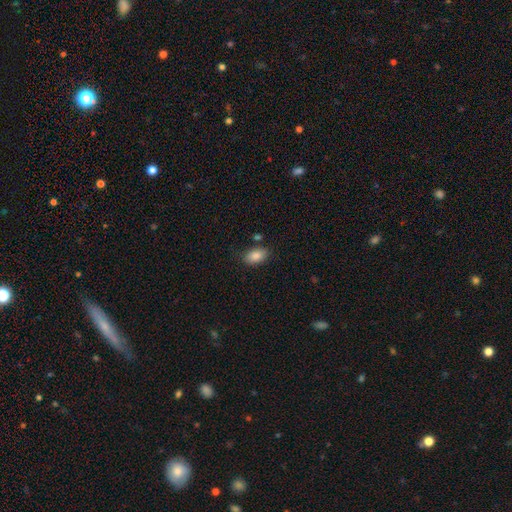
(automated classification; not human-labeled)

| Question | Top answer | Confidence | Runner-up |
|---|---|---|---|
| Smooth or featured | smooth | 87% | star or artifact (8%) |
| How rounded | in between | 91% | round (7%) |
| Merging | none | 80% | minor disturbance (13%) |